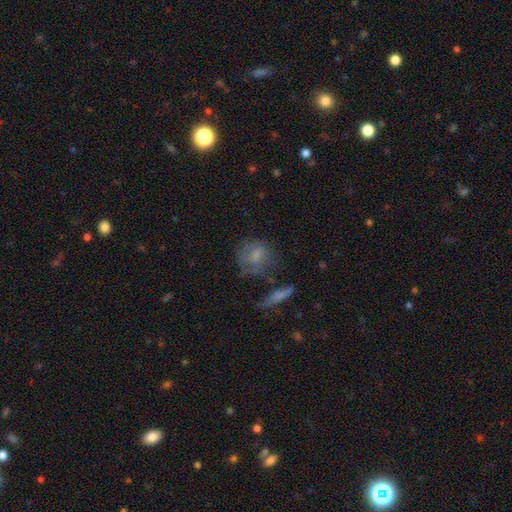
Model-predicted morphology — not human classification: This is likely a smooth galaxy (66%). How rounded: likely round (69%). Merging: possibly none (56%).